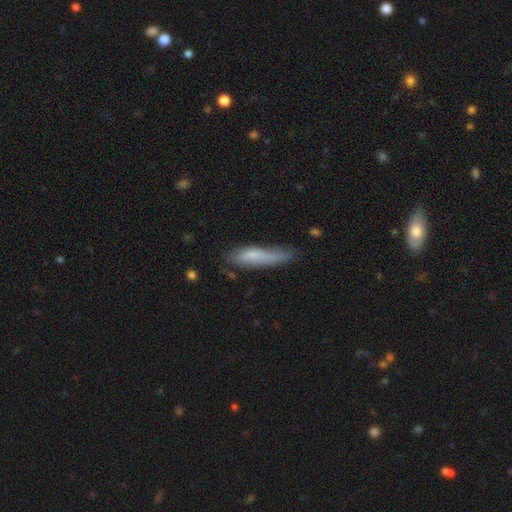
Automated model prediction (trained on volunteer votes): smooth_or_featured: smooth (p=0.71) [alt: featured or disk p=0.22]
how_rounded: cigar-shaped (p=0.76) [alt: in between p=0.22]
merging: none (p=0.51) [alt: minor disturbance p=0.34]